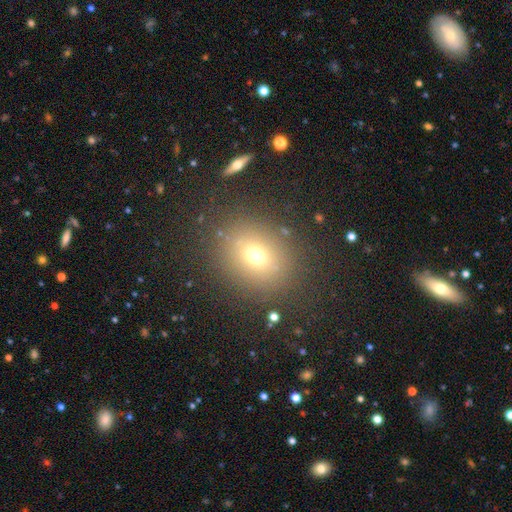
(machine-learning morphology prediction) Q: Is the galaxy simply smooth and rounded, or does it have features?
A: smooth — 68%.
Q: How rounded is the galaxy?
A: round — 58%.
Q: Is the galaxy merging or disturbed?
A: none — 83%.